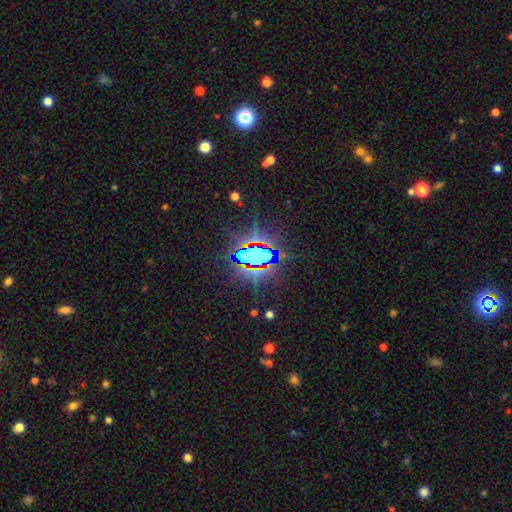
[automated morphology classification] This is likely a star or artifact rather than a galaxy (71%).